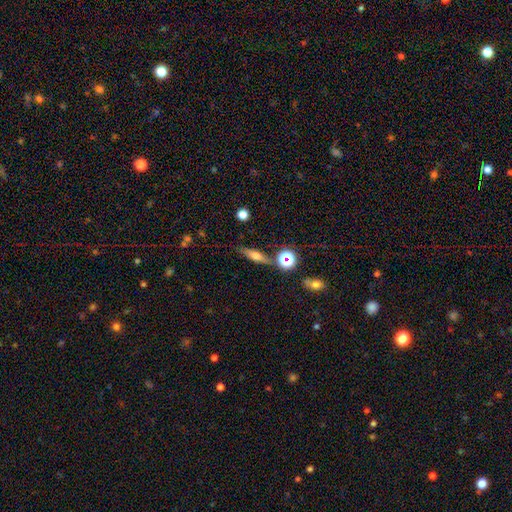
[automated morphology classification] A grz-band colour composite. It shows a smooth galaxy with no disk features (48%). Merging: none (78%).